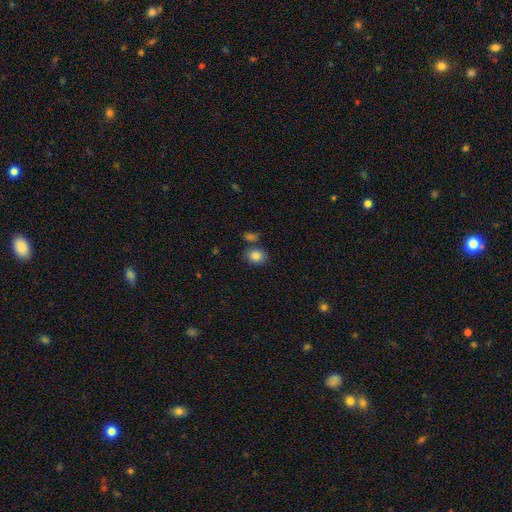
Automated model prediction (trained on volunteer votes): smooth-or-featured: smooth: 84% | star or artifact: 9% | featured or disk: 7%
  how-rounded: round: 58% | in between: 41% | cigar-shaped: 1%
  merging: none: 75% | minor disturbance: 11% | merger: 11% | major disturbance: 3%